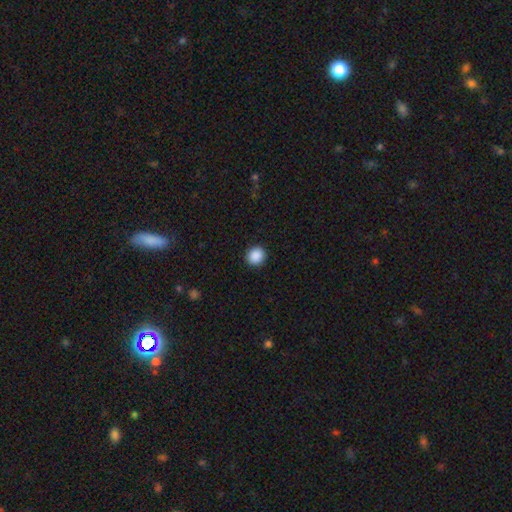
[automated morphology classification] smooth-or-featured: smooth: 89% | star or artifact: 9% | featured or disk: 2%
  how-rounded: round: 89% | in between: 10% | cigar-shaped: 1%
  merging: none: 92% | minor disturbance: 5% | major disturbance: 2% | merger: 1%